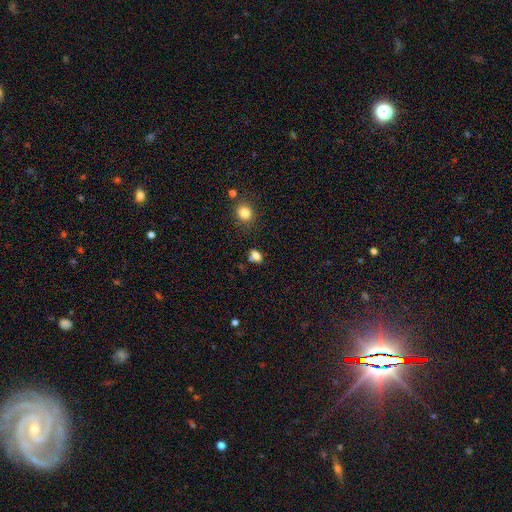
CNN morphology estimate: This appears to be a smooth galaxy with no disk features (79%) that is in between round and cigar-shaped (77%). Merging: none (63%).